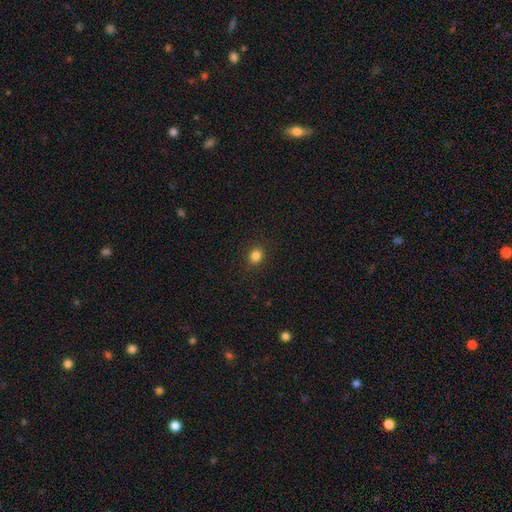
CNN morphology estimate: Q: Smooth or featured?
A: smooth (84%); runner-up: star or artifact (12%)
Q: How rounded?
A: round (76%); runner-up: in between (23%)
Q: Merging?
A: none (90%); runner-up: minor disturbance (7%)